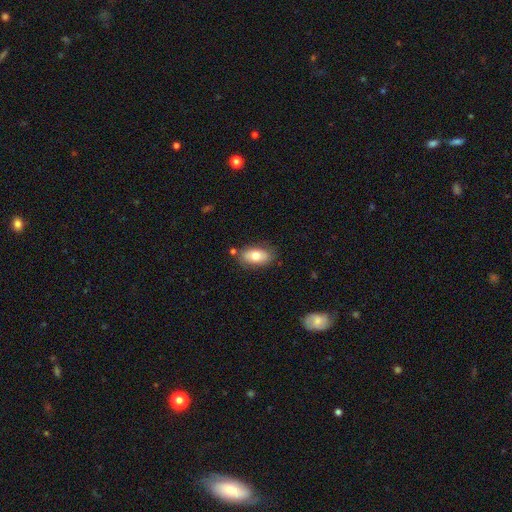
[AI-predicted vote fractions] The model was most divided on "smooth or featured": smooth: 73%, featured or disk: 20%, star or artifact: 7%. More confident: how rounded — in between (91%); merging — none (78%).